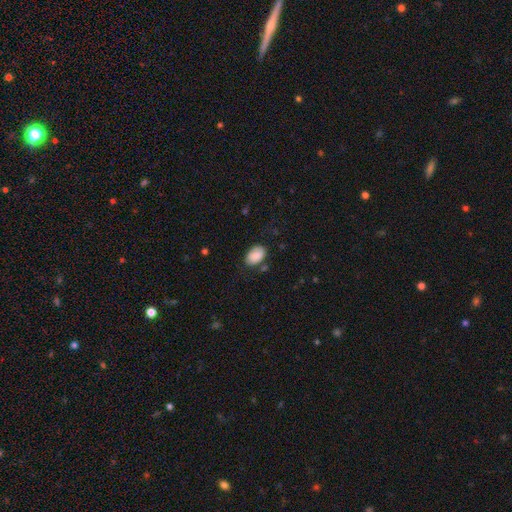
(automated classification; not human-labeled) Smooth or featured? Predicted: smooth (p=0.87). How rounded? Predicted: in between (p=0.89). Merging? Predicted: none (p=0.70).